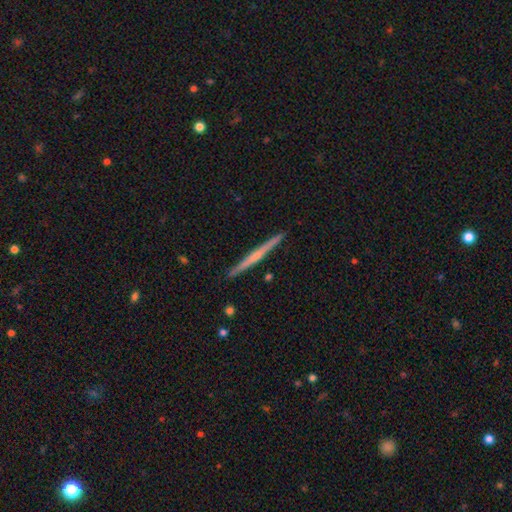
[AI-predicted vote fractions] featured or disk 65%, smooth 29%, star or artifact 5%. Down the decision tree: edge-on disk — yes (98%); edge-on bulge — none (54%); merging — none (92%).